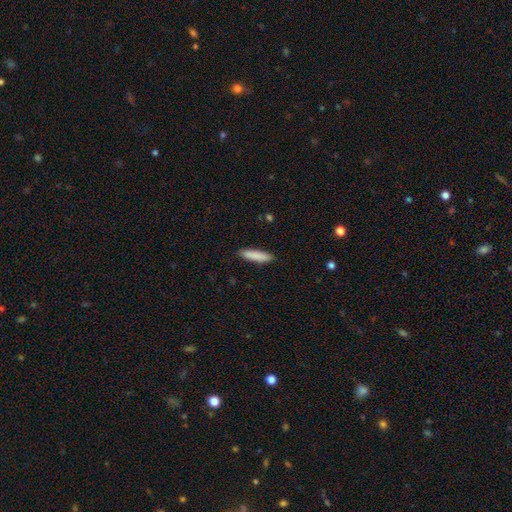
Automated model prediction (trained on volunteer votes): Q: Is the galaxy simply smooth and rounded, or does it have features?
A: smooth — 87%.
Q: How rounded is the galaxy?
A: cigar-shaped — 78%.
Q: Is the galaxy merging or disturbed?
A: none — 89%.